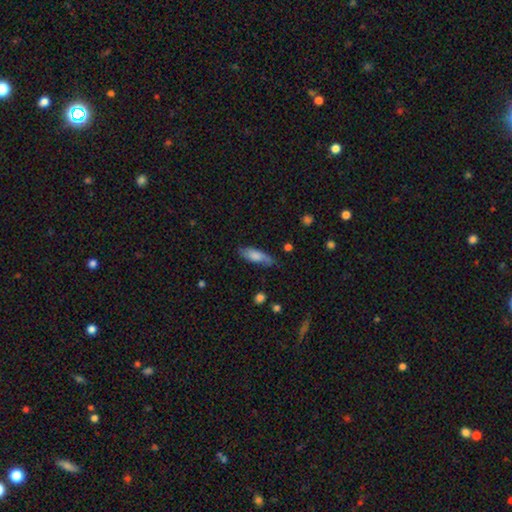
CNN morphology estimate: Smooth or featured?
  - smooth: 74% *
  - featured or disk: 19%
  - star or artifact: 6%
How rounded?
  - in between: 56% *
  - cigar-shaped: 42%
  - round: 2%
Merging?
  - none: 71% *
  - minor disturbance: 22%
  - major disturbance: 4%
  - merger: 2%